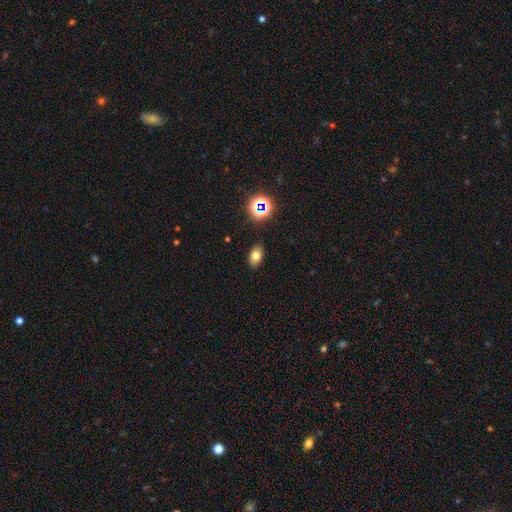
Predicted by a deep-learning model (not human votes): Smooth or featured?
  - smooth: 73% *
  - star or artifact: 16%
  - featured or disk: 12%
How rounded?
  - in between: 85% *
  - round: 13%
  - cigar-shaped: 2%
Merging?
  - none: 87% *
  - minor disturbance: 9%
  - major disturbance: 2%
  - merger: 1%